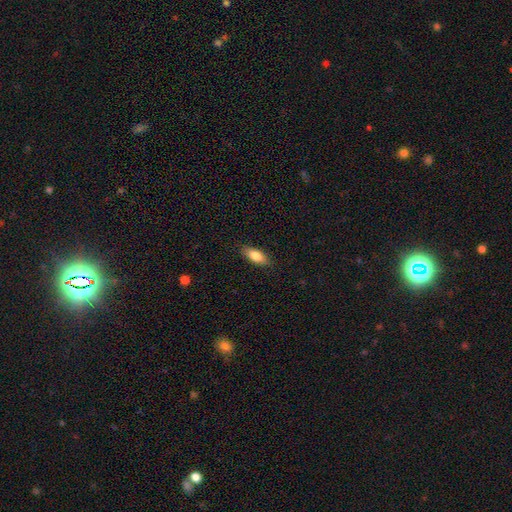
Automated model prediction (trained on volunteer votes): smooth-or-featured: smooth: 83% | featured or disk: 11% | star or artifact: 6%
  how-rounded: in between: 78% | cigar-shaped: 19% | round: 3%
  merging: none: 87% | minor disturbance: 9% | major disturbance: 2% | merger: 1%